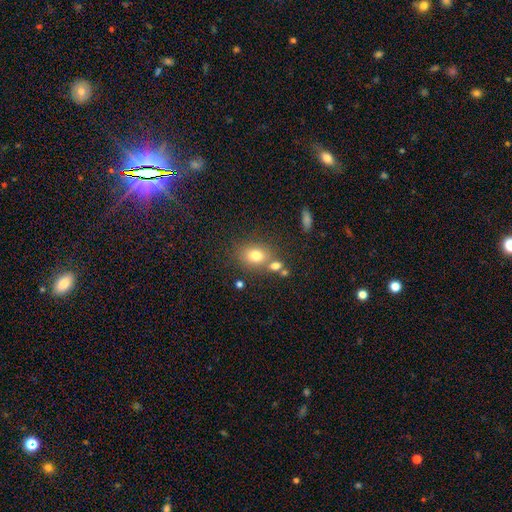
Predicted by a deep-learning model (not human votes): Morphology: type=smooth (77%); roundness=in between (59%); merging=none (62%).